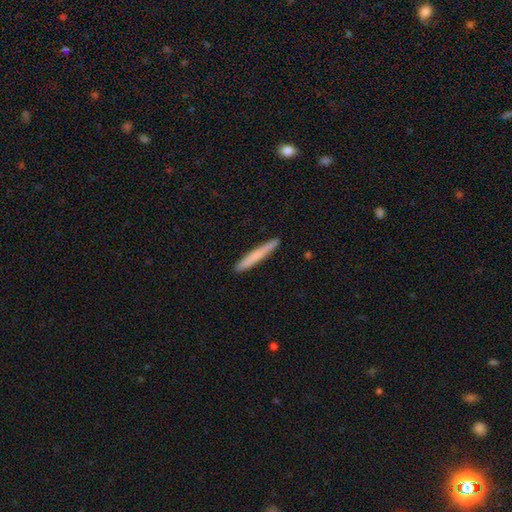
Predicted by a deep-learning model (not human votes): smooth-or-featured: smooth: 71% | featured or disk: 24% | star or artifact: 6%
  how-rounded: cigar-shaped: 96% | in between: 2% | round: 1%
  merging: none: 92% | minor disturbance: 6% | major disturbance: 1% | merger: 1%